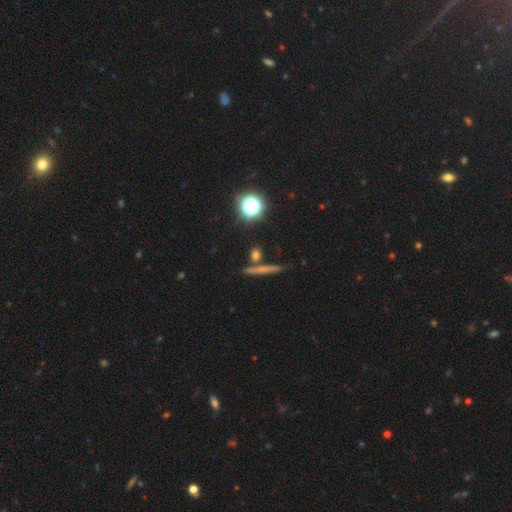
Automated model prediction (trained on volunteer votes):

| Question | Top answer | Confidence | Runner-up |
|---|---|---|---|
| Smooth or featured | smooth | 54% | featured or disk (29%) |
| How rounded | cigar-shaped | 57% | round (31%) |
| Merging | none | 79% | merger (11%) |